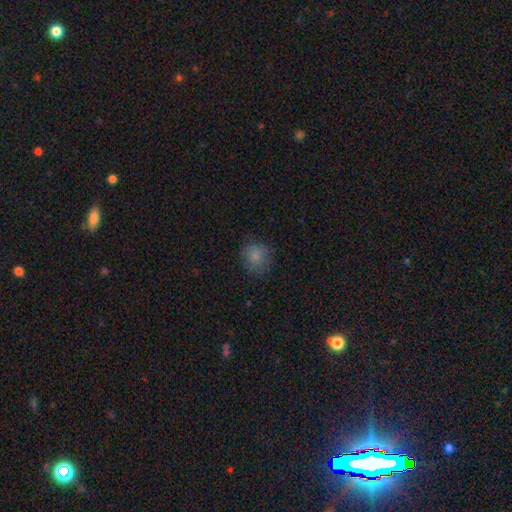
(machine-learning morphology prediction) Smooth or featured? Predicted: smooth (p=0.83). How rounded? Predicted: round (p=0.83). Merging? Predicted: none (p=0.77).